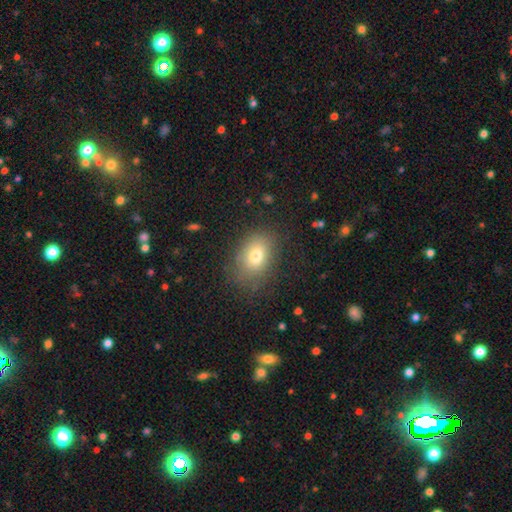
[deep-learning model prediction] smooth-or-featured: smooth: 75% | featured or disk: 14% | star or artifact: 12%
  how-rounded: in between: 74% | round: 25% | cigar-shaped: 1%
  merging: none: 76% | minor disturbance: 16% | major disturbance: 6% | merger: 1%